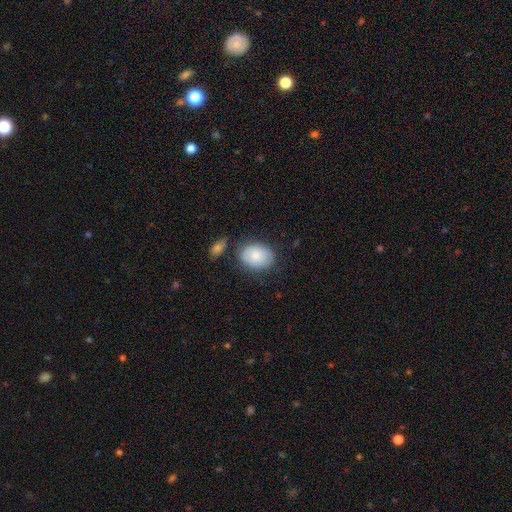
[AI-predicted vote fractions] This appears to be a smooth galaxy with no disk features (82%) that is in between round and cigar-shaped (72%). Merging: none (72%).